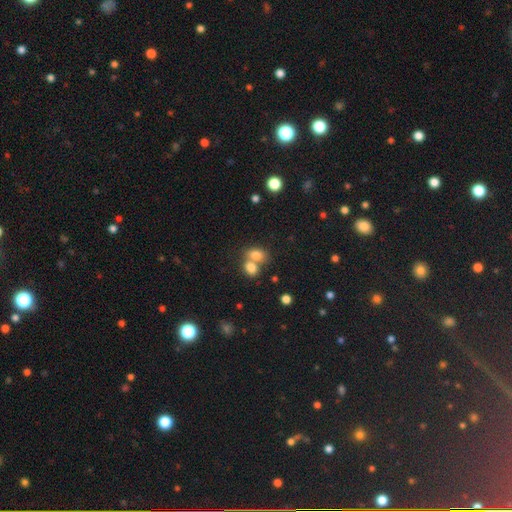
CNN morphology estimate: smooth 78%, star or artifact 11%, featured or disk 11%. Down the decision tree: how rounded — in between (70%); merging — merger (57%).